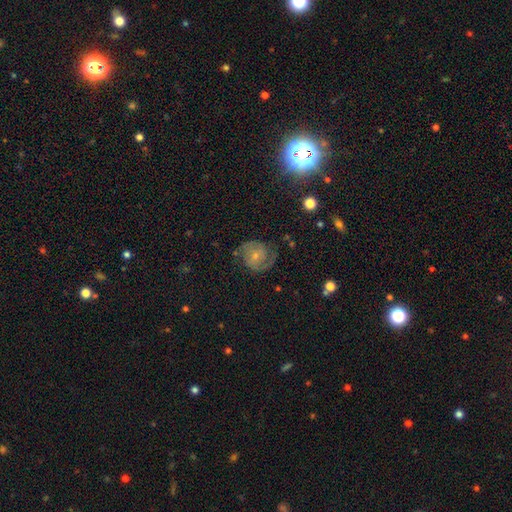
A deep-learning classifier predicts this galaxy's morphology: Smooth or featured: featured or disk — 71% (smooth — 21%)
Edge-on disk: no — 98% (yes — 2%)
Bar: no — 62% (weak — 31%)
Spiral arms: yes — 90% (no — 10%)
Spiral winding: medium — 45% (tight — 36%)
Spiral arm count: 2 — 78% (can't tell — 10%)
Bulge size: small — 62% (moderate — 32%)
Merging: none — 65% (minor disturbance — 20%)